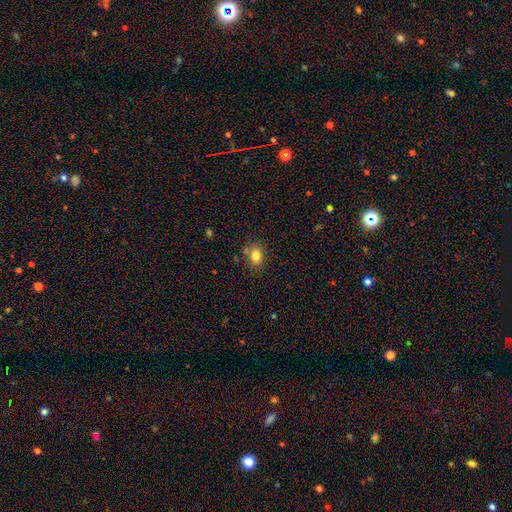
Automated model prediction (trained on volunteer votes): Smooth or featured? smooth (82%)
How rounded? in between (64%)
Merging? none (73%)